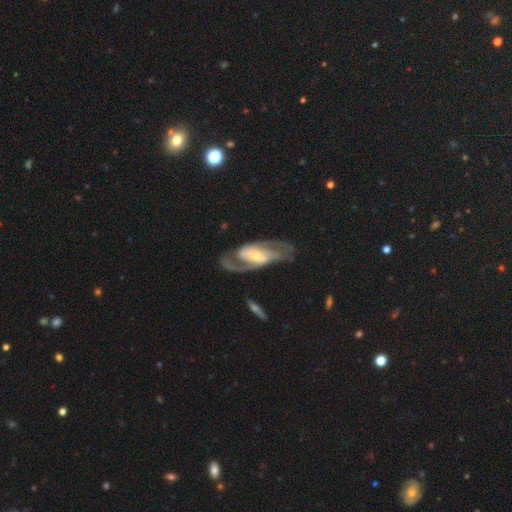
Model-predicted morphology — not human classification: Q: Smooth or featured?
A: featured or disk (87%); runner-up: smooth (9%)
Q: Edge-on disk?
A: no (94%); runner-up: yes (6%)
Q: Bar?
A: strong (39%); runner-up: weak (36%)
Q: Spiral arms?
A: yes (94%); runner-up: no (6%)
Q: Spiral winding?
A: medium (51%); runner-up: tight (25%)
Q: Spiral arm count?
A: 2 (85%); runner-up: can't tell (6%)
Q: Bulge size?
A: small (52%); runner-up: moderate (40%)
Q: Merging?
A: none (70%); runner-up: minor disturbance (15%)